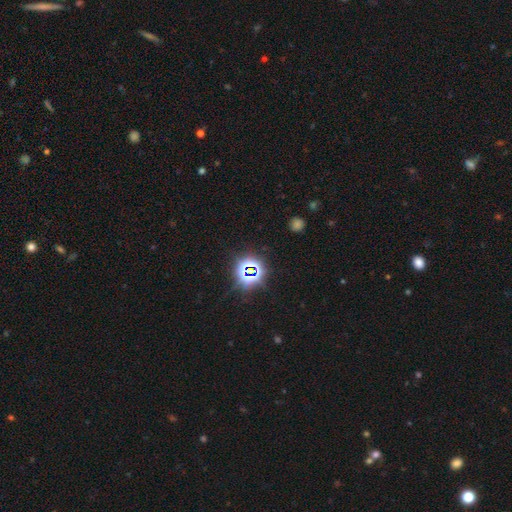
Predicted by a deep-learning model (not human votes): smooth-or-featured: star or artifact: 79% | smooth: 13% | featured or disk: 7%